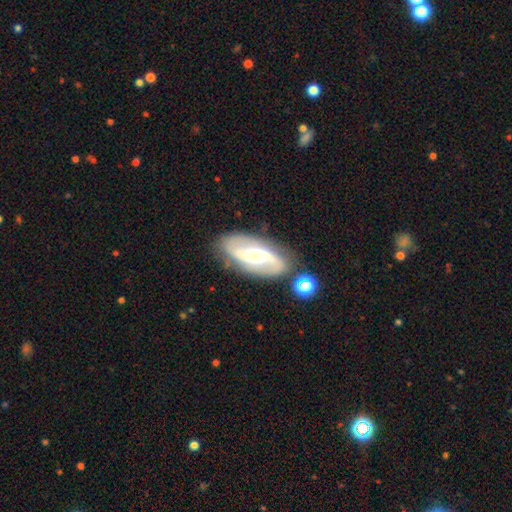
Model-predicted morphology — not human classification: Smooth or featured?
  - featured or disk: 81% *
  - smooth: 13%
  - star or artifact: 6%
Edge-on disk?
  - no: 94% *
  - yes: 6%
Bar?
  - weak: 42% *
  - no: 33%
  - strong: 25%
Spiral arms?
  - yes: 94% *
  - no: 6%
Spiral winding?
  - loose: 46% *
  - medium: 40%
  - tight: 14%
Spiral arm count?
  - 2: 90% *
  - can't tell: 5%
  - 1: 2%
  - 3: 1%
  - 4: 1%
  - more than 4: 1%
Bulge size?
  - moderate: 54% *
  - small: 35%
  - large: 7%
  - none: 2%
  - dominant: 1%
Merging?
  - none: 78% *
  - minor disturbance: 13%
  - merger: 5%
  - major disturbance: 4%